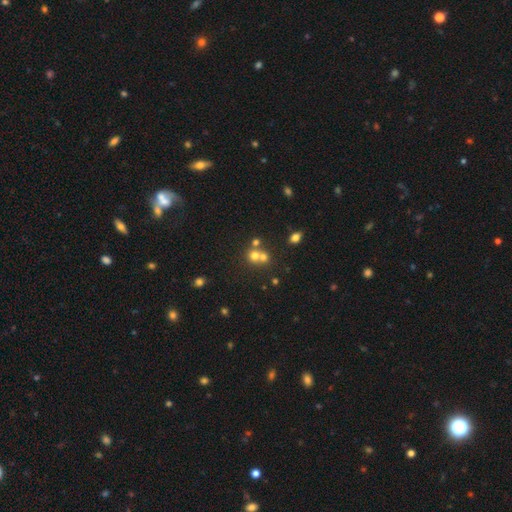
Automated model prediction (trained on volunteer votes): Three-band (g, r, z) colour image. It shows a smooth galaxy with no disk features (63%) that is round (83%). Merging: merger (50%).